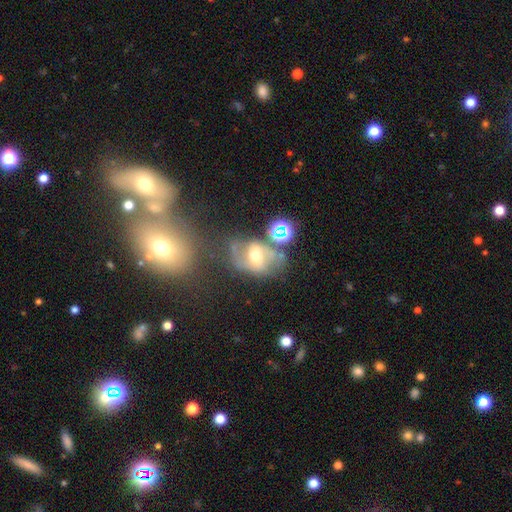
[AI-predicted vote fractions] Smooth or featured: featured or disk — 58% (smooth — 26%)
Edge-on disk: no — 94% (yes — 6%)
Bar: weak — 45% (strong — 28%)
Spiral arms: yes — 67% (no — 33%)
Bulge size: moderate — 65% (small — 19%)
Merging: none — 43% (minor disturbance — 20%)